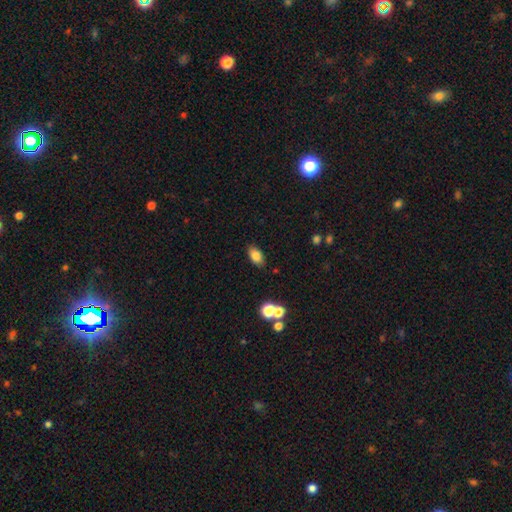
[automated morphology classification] A smooth galaxy with no disk features (81%) that is in between round and cigar-shaped (90%). Merging: none (84%).